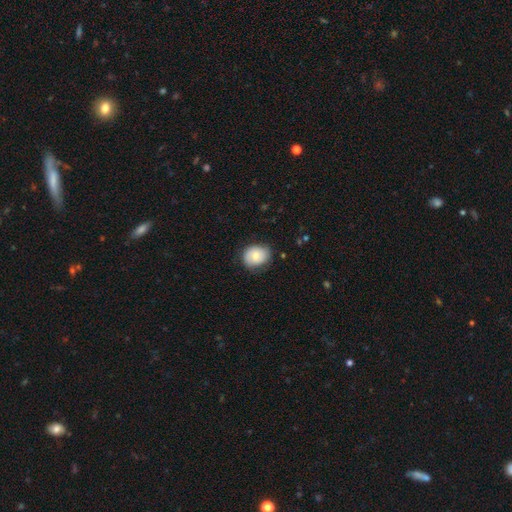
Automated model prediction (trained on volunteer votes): A smooth galaxy with no disk features (74%) that is round (54%).

Vote fractions:
- Smooth or featured? smooth: 74% / featured or disk: 19% / star or artifact: 7%
- How rounded? round: 54% / in between: 46% / cigar-shaped: 1%
- Merging? none: 77% / minor disturbance: 18% / major disturbance: 4% / merger: 1%